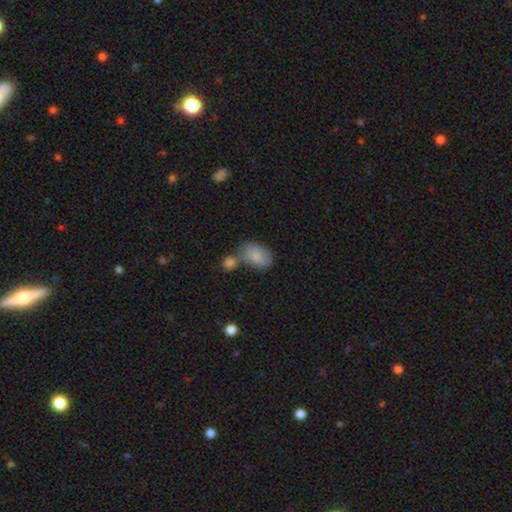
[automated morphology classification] smooth 83%, featured or disk 10%, star or artifact 7%. Down the decision tree: how rounded — in between (85%); merging — none (45%).